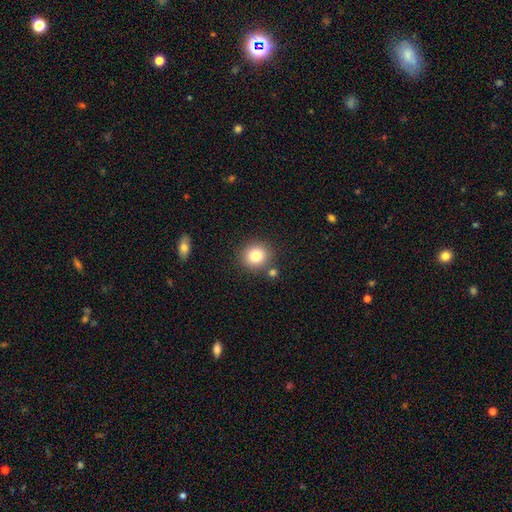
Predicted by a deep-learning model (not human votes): Smooth or featured? Predicted: smooth (p=0.80). How rounded? Predicted: round (p=0.89). Merging? Predicted: none (p=0.82).